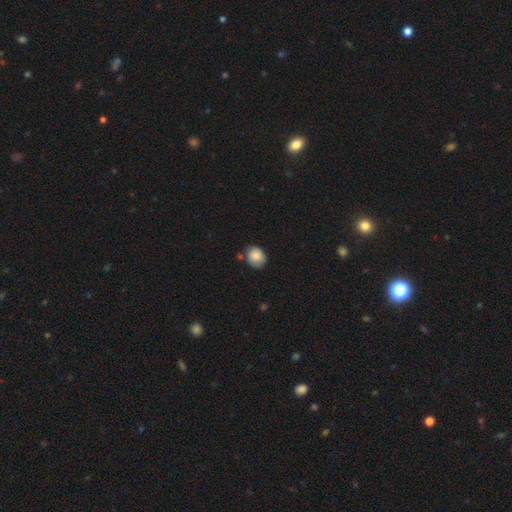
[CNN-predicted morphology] smooth-or-featured: smooth: 82% | featured or disk: 10% | star or artifact: 8%
  how-rounded: round: 52% | in between: 47% | cigar-shaped: 1%
  merging: none: 67% | minor disturbance: 23% | merger: 6% | major disturbance: 4%